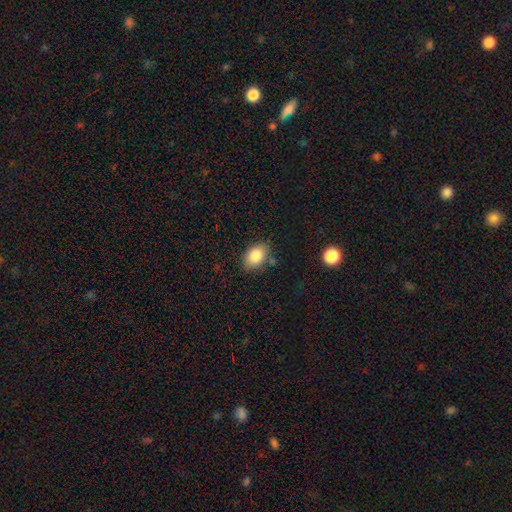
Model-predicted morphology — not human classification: type=smooth (84%); roundness=in between (82%); merging=none (78%).